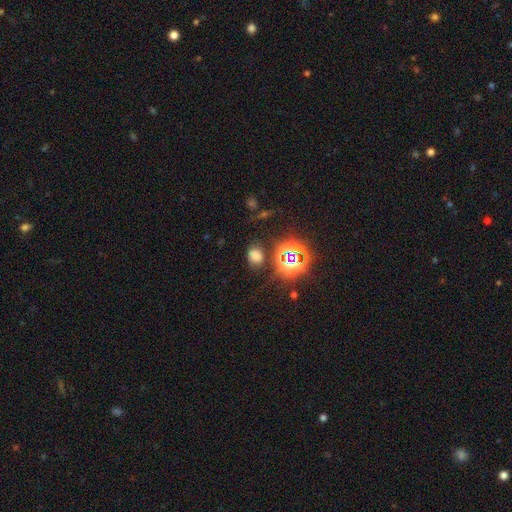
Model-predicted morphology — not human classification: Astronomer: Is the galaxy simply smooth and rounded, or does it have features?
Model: smooth — 63%.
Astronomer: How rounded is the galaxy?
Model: in between — 62%.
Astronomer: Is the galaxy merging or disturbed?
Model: none — 77%.